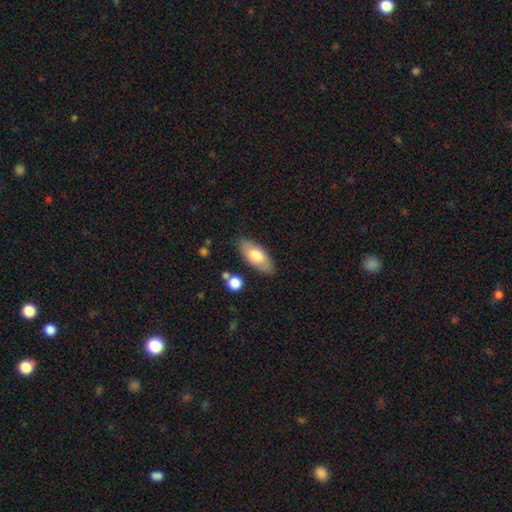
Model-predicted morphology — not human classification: type=smooth (70%); roundness=in between (86%); merging=none (81%).